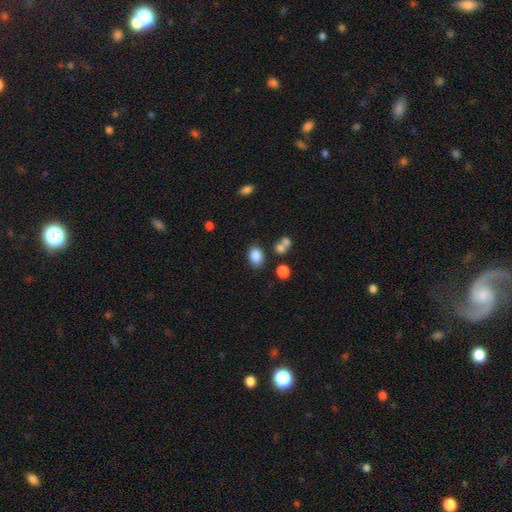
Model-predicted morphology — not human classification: Smooth or featured?
  - smooth: 86% *
  - star or artifact: 9%
  - featured or disk: 5%
How rounded?
  - in between: 75% *
  - round: 24%
  - cigar-shaped: 1%
Merging?
  - none: 76% *
  - minor disturbance: 12%
  - merger: 7%
  - major disturbance: 4%